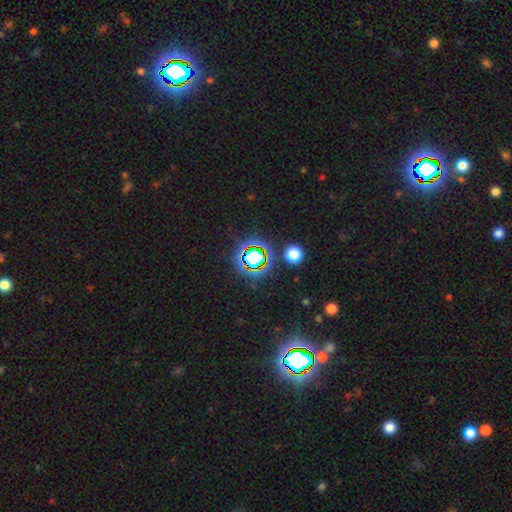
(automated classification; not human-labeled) Q: Smooth or featured?
A: star or artifact (71%); runner-up: smooth (19%)